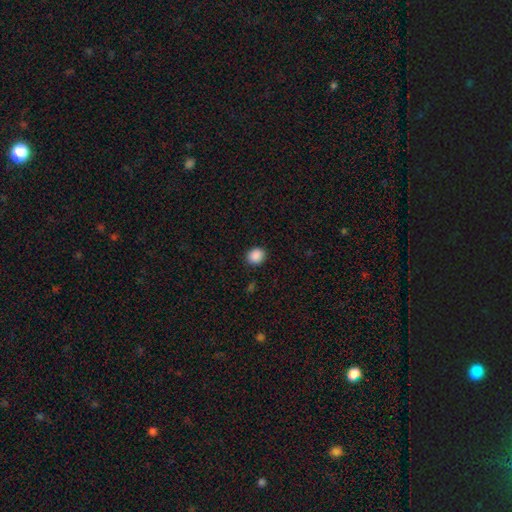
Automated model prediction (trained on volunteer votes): smooth 88%, star or artifact 9%, featured or disk 3%. Down the decision tree: how rounded — round (74%); merging — none (90%).